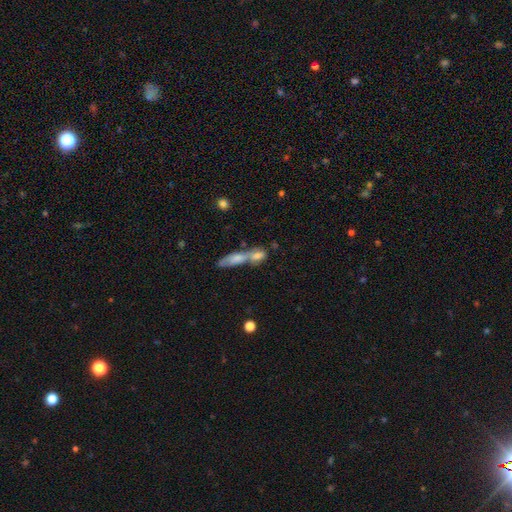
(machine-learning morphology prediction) smooth 55%, featured or disk 31%, star or artifact 13%. Down the decision tree: how rounded — cigar-shaped (55%); merging — merger (59%).